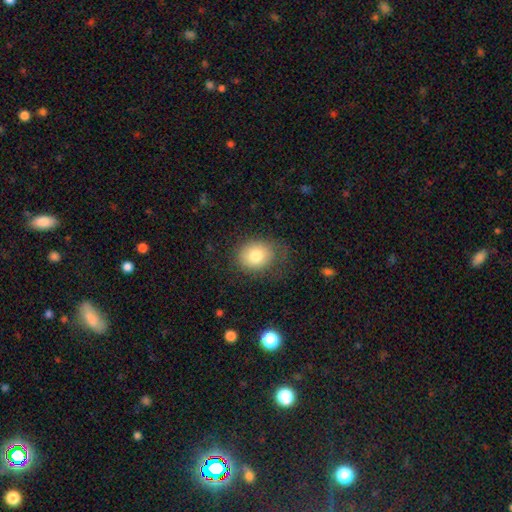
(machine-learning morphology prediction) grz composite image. It shows a smooth galaxy with no disk features (78%) that is round (59%). Merging: none (68%).